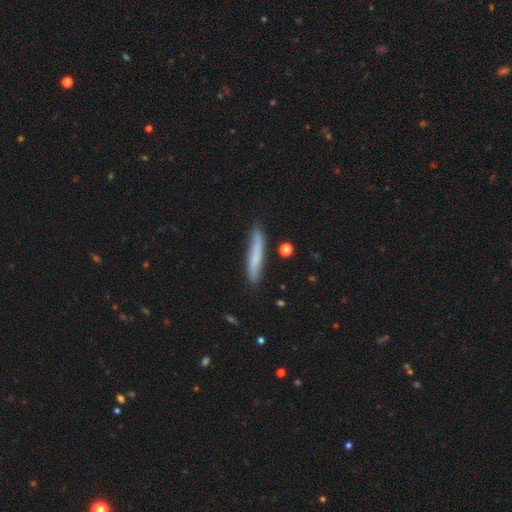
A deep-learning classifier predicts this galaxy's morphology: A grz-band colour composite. It shows a smooth galaxy with no disk features (68%) that is cigar-shaped (93%). Merging: none (80%).